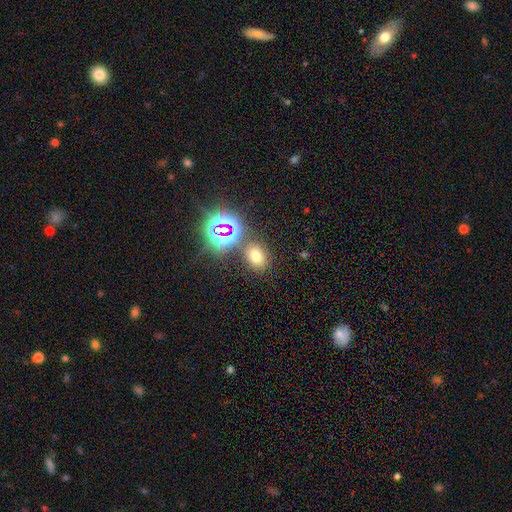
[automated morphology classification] Overall: smooth (61%; star or artifact 30%). How rounded: in between (54%; round 45%). Merging: none (77%).